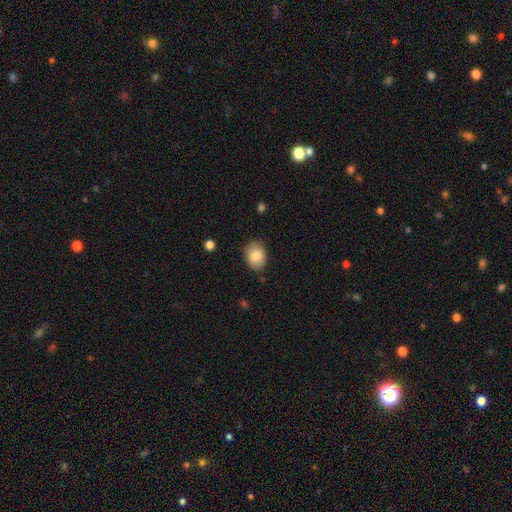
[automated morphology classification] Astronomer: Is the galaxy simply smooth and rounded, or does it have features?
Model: smooth — 83%.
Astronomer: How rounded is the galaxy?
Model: in between — 70%.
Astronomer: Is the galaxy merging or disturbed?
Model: none — 85%.